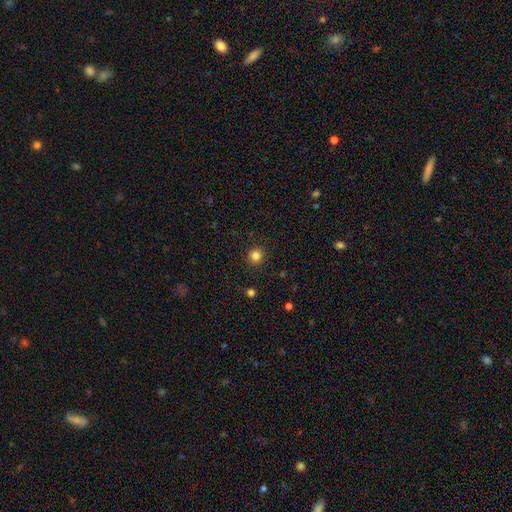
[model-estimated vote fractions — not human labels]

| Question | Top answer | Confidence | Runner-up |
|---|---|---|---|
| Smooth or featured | smooth | 83% | star or artifact (13%) |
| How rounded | round | 92% | in between (7%) |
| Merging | none | 91% | minor disturbance (6%) |